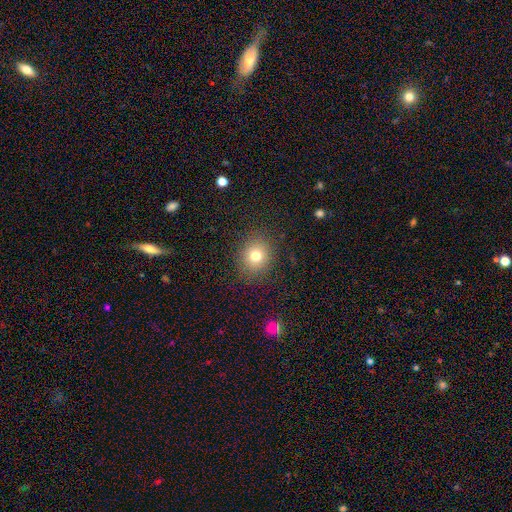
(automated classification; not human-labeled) Smooth or featured?
  - smooth: 75% *
  - star or artifact: 15%
  - featured or disk: 10%
How rounded?
  - round: 79% *
  - in between: 20%
  - cigar-shaped: 1%
Merging?
  - none: 87% *
  - minor disturbance: 8%
  - major disturbance: 3%
  - merger: 1%